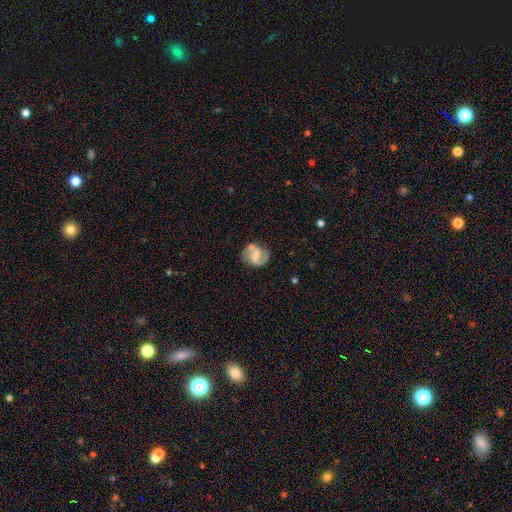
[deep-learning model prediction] Q: Smooth or featured?
A: featured or disk (74%); runner-up: smooth (20%)
Q: Edge-on disk?
A: no (98%); runner-up: yes (2%)
Q: Bar?
A: weak (50%); runner-up: no (29%)
Q: Spiral arms?
A: yes (90%); runner-up: no (10%)
Q: Spiral winding?
A: medium (51%); runner-up: loose (29%)
Q: Spiral arm count?
A: 2 (86%); runner-up: can't tell (6%)
Q: Bulge size?
A: small (47%); runner-up: moderate (37%)
Q: Merging?
A: none (65%); runner-up: minor disturbance (19%)